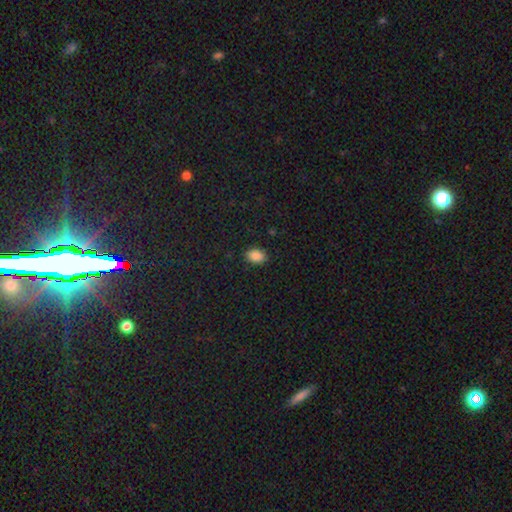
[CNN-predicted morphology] This is clearly a smooth galaxy (87%). How rounded: clearly in between (83%). Merging: clearly none (88%).